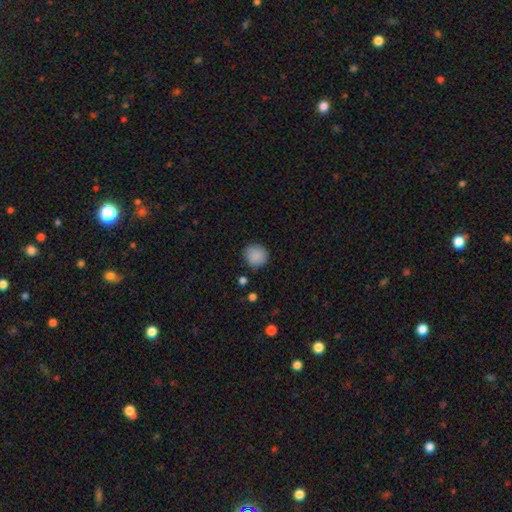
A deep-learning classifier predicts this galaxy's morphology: Q: Smooth or featured?
A: smooth (88%); runner-up: star or artifact (8%)
Q: How rounded?
A: round (88%); runner-up: in between (11%)
Q: Merging?
A: none (83%); runner-up: minor disturbance (13%)